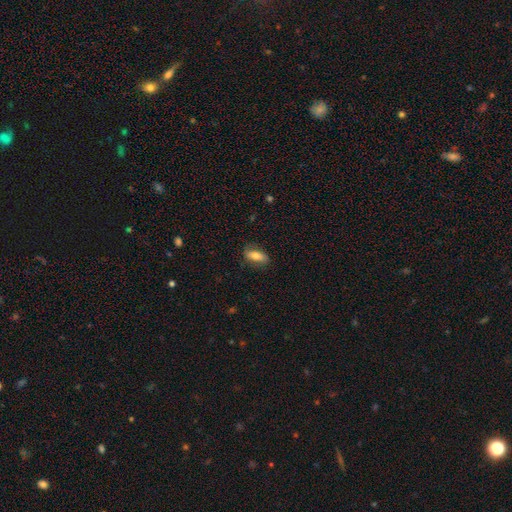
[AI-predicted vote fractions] Smooth or featured? Predicted: smooth (p=0.71). How rounded? Predicted: in between (p=0.81). Merging? Predicted: none (p=0.77).